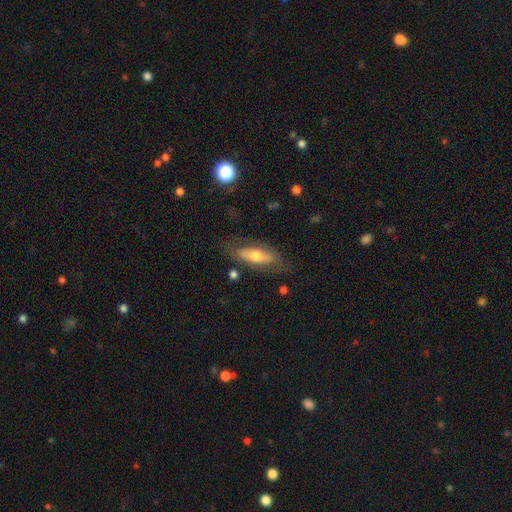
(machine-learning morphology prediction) smooth-or-featured: smooth: 54% | featured or disk: 40% | star or artifact: 6%
  how-rounded: in between: 68% | cigar-shaped: 29% | round: 3%
  merging: none: 70% | minor disturbance: 18% | major disturbance: 9% | merger: 2%